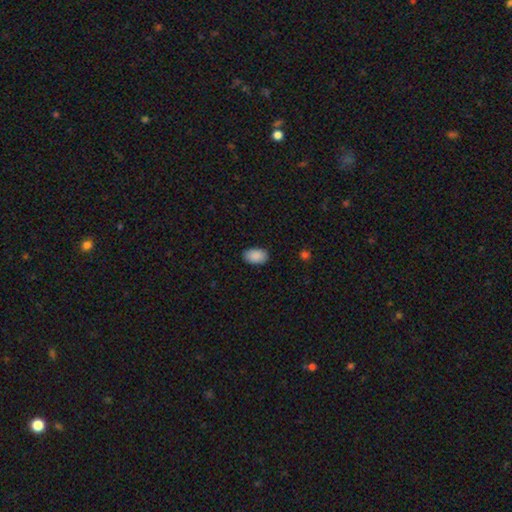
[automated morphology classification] This appears to be a smooth galaxy with no disk features (90%) that is in between round and cigar-shaped (91%). Merging: none (87%).